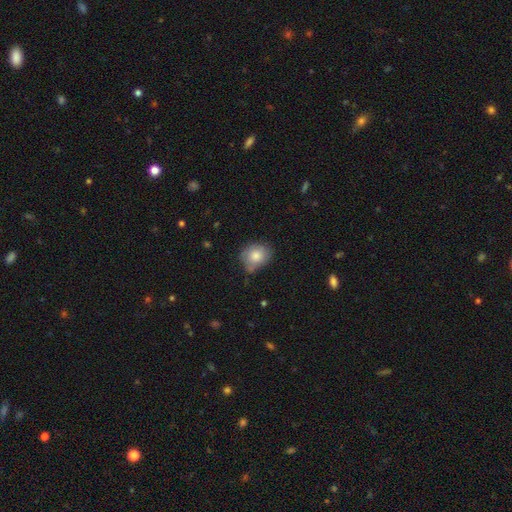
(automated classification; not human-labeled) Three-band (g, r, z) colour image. It shows a smooth galaxy with no disk features (81%) that is round (52%). Merging: none (62%).